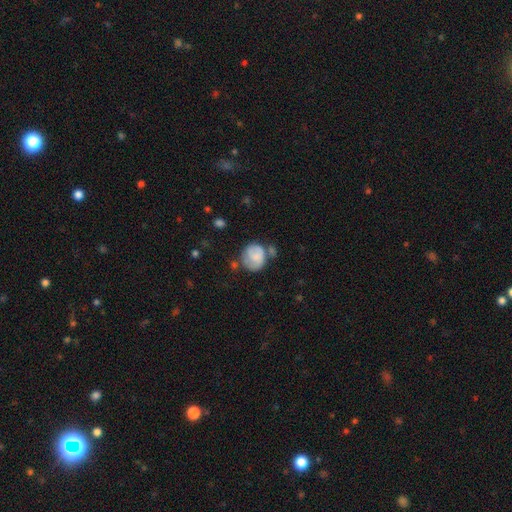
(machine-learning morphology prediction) smooth 63%, featured or disk 29%, star or artifact 8%. Down the decision tree: how rounded — round (74%); merging — none (45%).